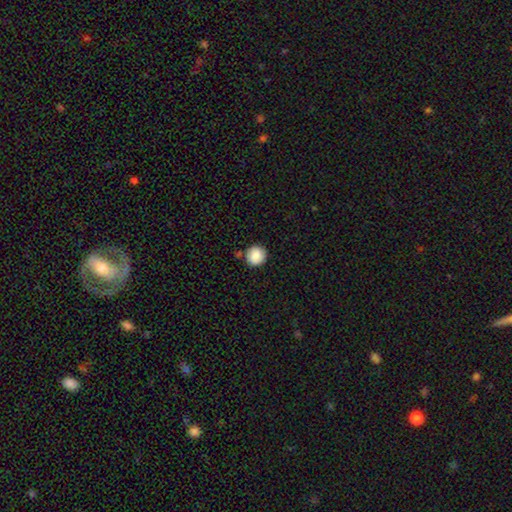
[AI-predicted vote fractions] A smooth galaxy with no disk features (89%) that is round (93%). Merging: none (85%).